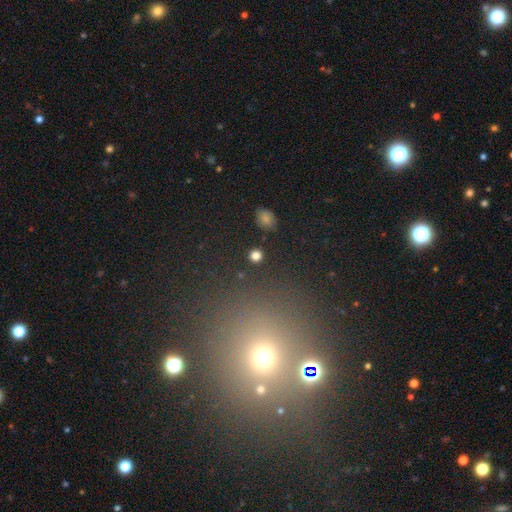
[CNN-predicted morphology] This appears to be a smooth galaxy with no disk features (82%) that is round (87%). Merging: none (89%).